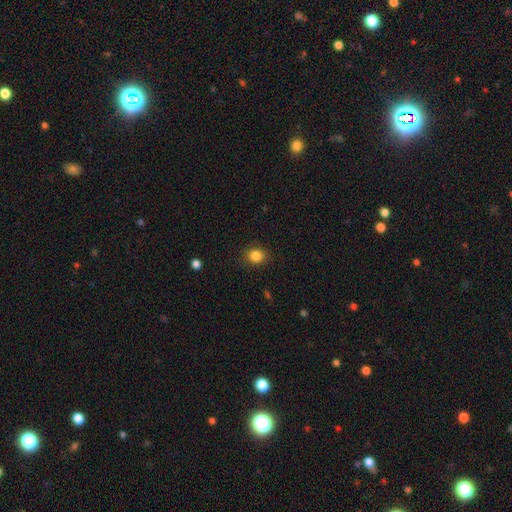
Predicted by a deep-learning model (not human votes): A smooth galaxy with no disk features (84%) that is round (77%). Merging: none (88%).